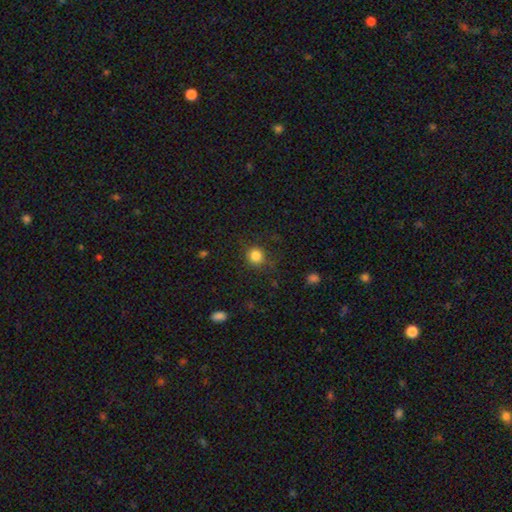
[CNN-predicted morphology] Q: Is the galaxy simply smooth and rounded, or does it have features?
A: smooth — 83%.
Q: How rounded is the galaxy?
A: round — 89%.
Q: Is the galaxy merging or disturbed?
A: none — 82%.